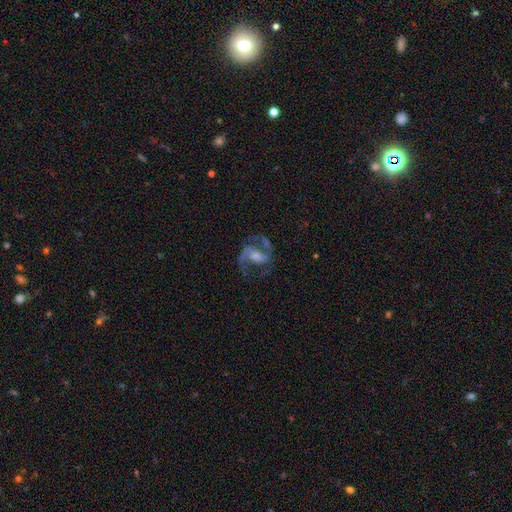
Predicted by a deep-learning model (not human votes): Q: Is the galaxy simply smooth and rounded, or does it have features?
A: featured or disk — 84%.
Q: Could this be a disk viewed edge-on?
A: no — 97%.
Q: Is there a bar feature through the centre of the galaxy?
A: weak — 44%.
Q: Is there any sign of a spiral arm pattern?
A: yes — 95%.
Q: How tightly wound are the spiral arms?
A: medium — 59%.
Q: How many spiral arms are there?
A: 2 — 84%.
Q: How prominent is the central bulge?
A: moderate — 47%.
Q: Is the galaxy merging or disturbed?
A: none — 66%.